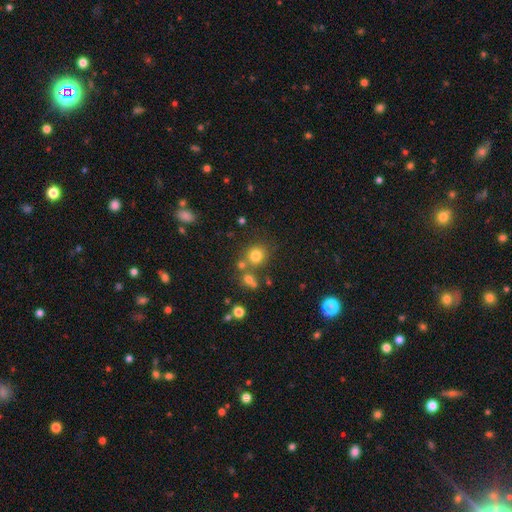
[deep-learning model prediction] Smooth or featured?
  - smooth: 77% *
  - star or artifact: 15%
  - featured or disk: 8%
How rounded?
  - round: 86% *
  - in between: 13%
  - cigar-shaped: 1%
Merging?
  - none: 68% *
  - merger: 18%
  - minor disturbance: 10%
  - major disturbance: 4%